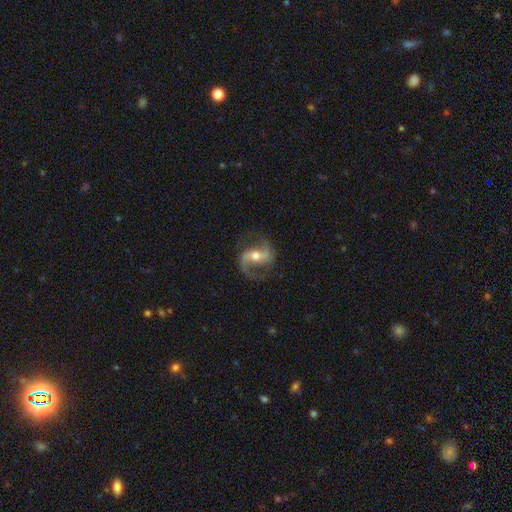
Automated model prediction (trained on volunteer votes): Smooth or featured: featured or disk — 89% (smooth — 6%)
Edge-on disk: no — 97% (yes — 3%)
Bar: strong — 39% (weak — 38%)
Spiral arms: yes — 97% (no — 3%)
Spiral winding: medium — 49% (loose — 40%)
Spiral arm count: 2 — 90% (1 — 5%)
Bulge size: moderate — 68% (small — 26%)
Merging: none — 77% (minor disturbance — 14%)